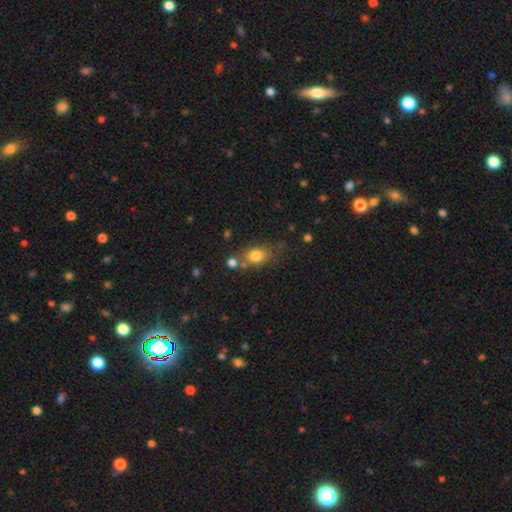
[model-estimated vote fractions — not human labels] This appears to be a smooth galaxy with no disk features (79%) that is in between round and cigar-shaped (70%). Merging: none (59%).